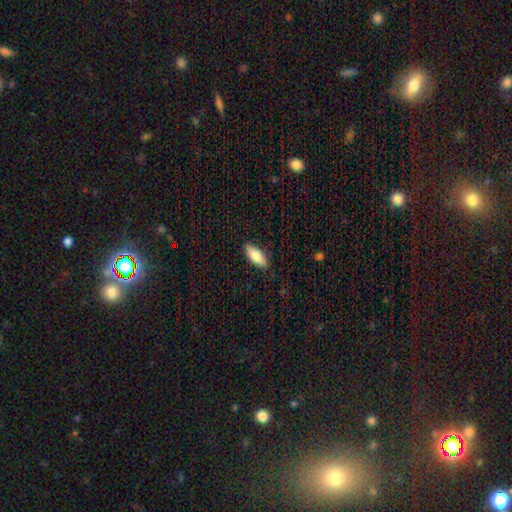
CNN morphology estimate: The model was most divided on "how rounded": in between: 77%, cigar-shaped: 22%, round: 2%. More confident: merging — none (86%); smooth or featured — smooth (81%).